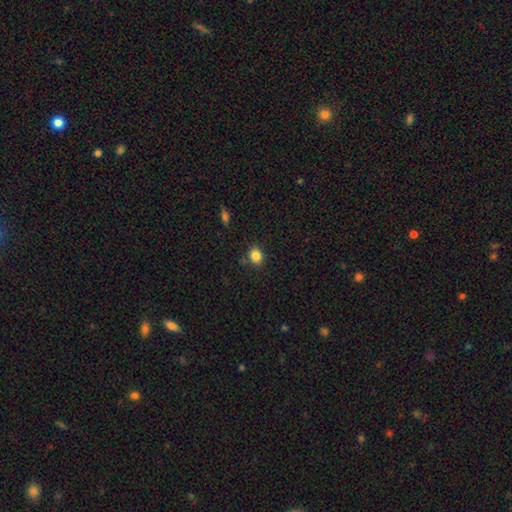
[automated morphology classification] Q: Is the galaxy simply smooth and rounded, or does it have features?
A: smooth — 85%.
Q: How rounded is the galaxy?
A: round — 55%.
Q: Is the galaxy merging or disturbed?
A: none — 81%.